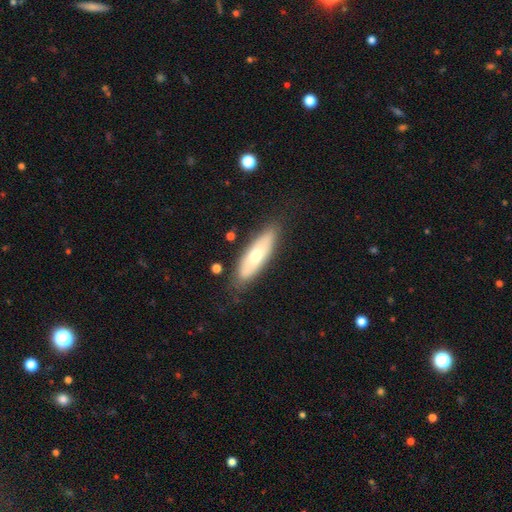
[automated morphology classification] smooth-or-featured: smooth: 59% | featured or disk: 35% | star or artifact: 6%
  how-rounded: in between: 52% | cigar-shaped: 46% | round: 2%
  merging: none: 80% | minor disturbance: 15% | major disturbance: 3% | merger: 2%